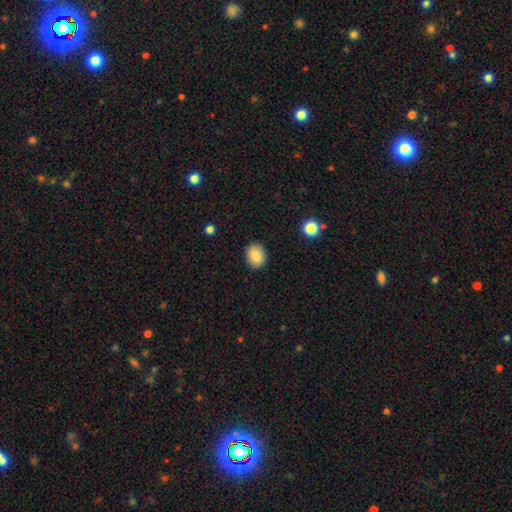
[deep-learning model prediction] Overall: smooth (85%). How rounded: in between (53%; round 46%). Merging: none (89%).